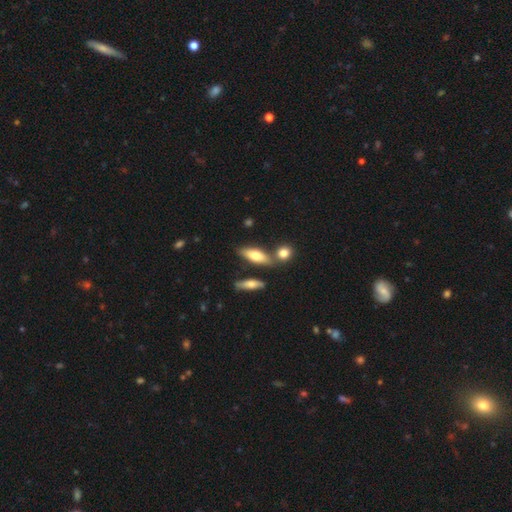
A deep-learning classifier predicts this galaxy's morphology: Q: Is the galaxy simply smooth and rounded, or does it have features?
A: smooth — 67%.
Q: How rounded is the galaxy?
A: in between — 60%.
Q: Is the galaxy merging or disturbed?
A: none — 62%.